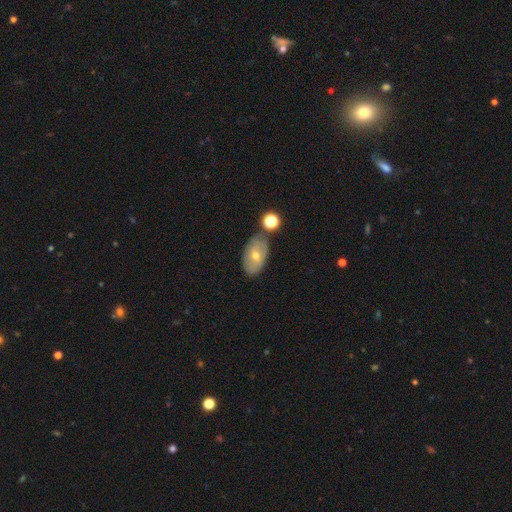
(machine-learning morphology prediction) This is possibly a smooth galaxy (53%). How rounded: clearly in between (89%). Merging: likely none (70%).